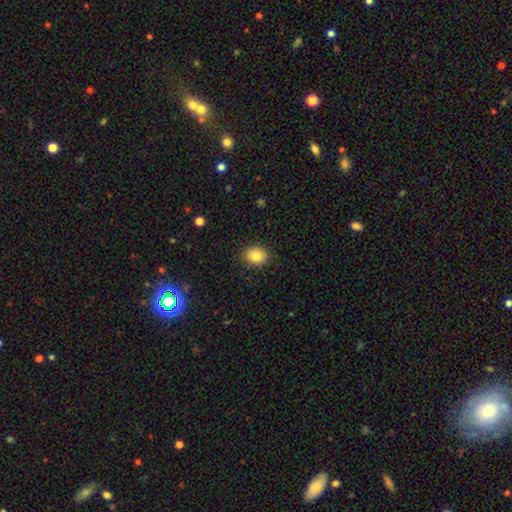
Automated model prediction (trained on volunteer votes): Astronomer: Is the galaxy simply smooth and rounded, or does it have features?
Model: smooth — 83%.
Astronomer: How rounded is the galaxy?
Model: round — 64%.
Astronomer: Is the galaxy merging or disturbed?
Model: none — 88%.